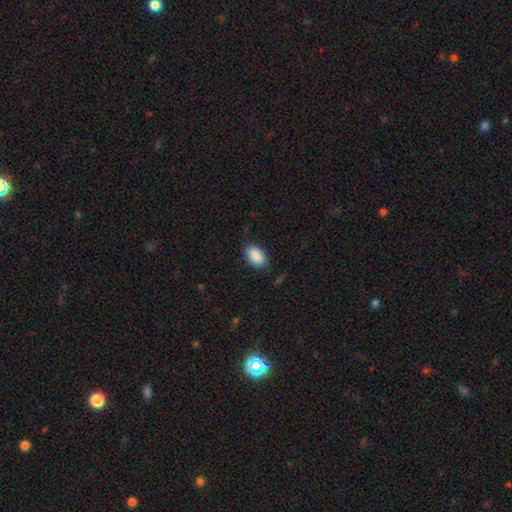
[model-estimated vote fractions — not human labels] Q: Smooth or featured?
A: smooth (90%); runner-up: star or artifact (7%)
Q: How rounded?
A: in between (92%); runner-up: round (6%)
Q: Merging?
A: none (83%); runner-up: minor disturbance (12%)